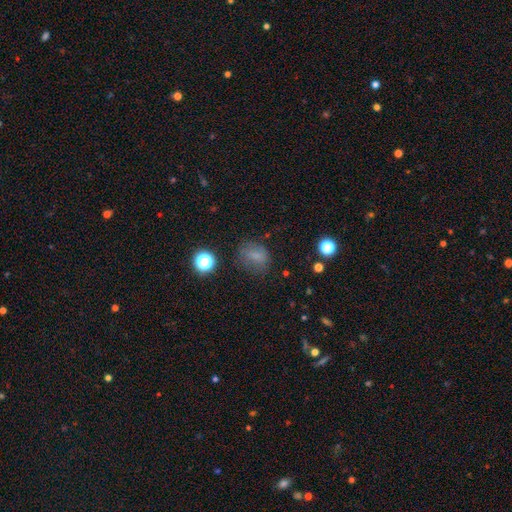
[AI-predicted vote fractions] Morphology: type=smooth (70%); roundness=in between (52%); merging=none (68%).